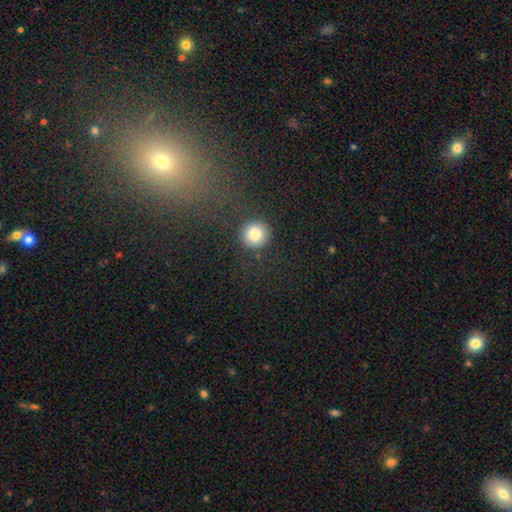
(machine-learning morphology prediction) star or artifact 45% (tied), smooth 45% (tied), featured or disk 10%.